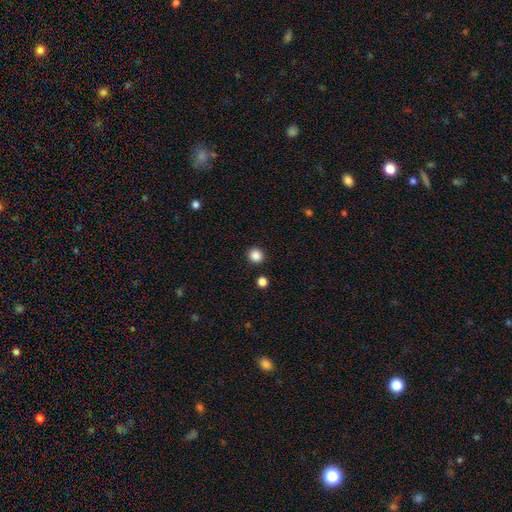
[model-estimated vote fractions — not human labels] The model was most divided on "smooth or featured": smooth: 86%, star or artifact: 11%, featured or disk: 3%. More confident: merging — none (90%); how rounded — round (90%).